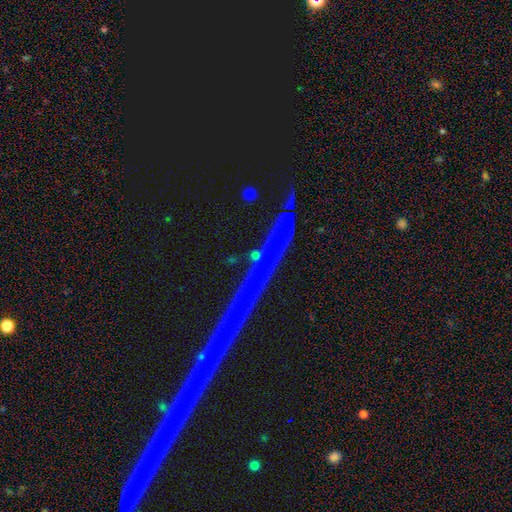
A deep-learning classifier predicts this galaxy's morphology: This appears to be a star or artifact, not a galaxy (74%).